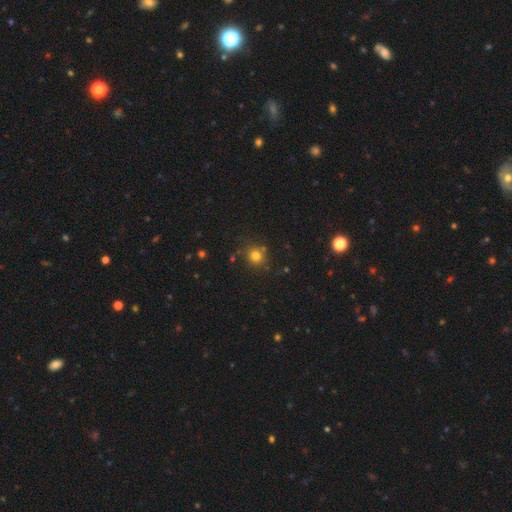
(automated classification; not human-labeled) A smooth galaxy with no disk features (77%) that is round (87%).

Vote fractions:
- Smooth or featured? smooth: 77% / star or artifact: 16% / featured or disk: 7%
- How rounded? round: 87% / in between: 12% / cigar-shaped: 1%
- Merging? none: 78% / minor disturbance: 12% / merger: 6% / major disturbance: 4%